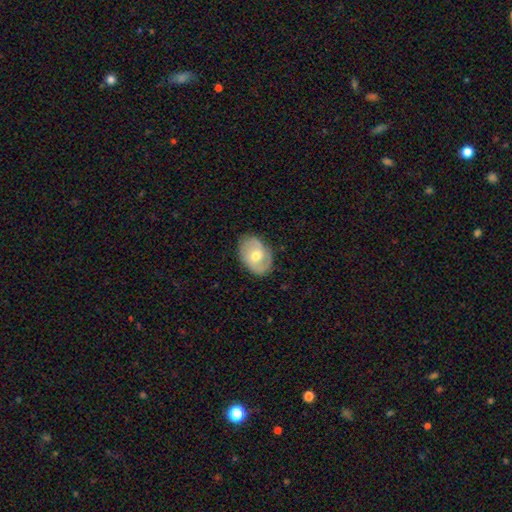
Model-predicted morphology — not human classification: A featured or disk galaxy (56%) with no bar (53%), spiral arms (68%) and a moderate central bulge (72%).

Vote fractions:
- Smooth or featured? featured or disk: 56% / smooth: 38% / star or artifact: 6%
- Edge-on disk? no: 94% / yes: 6%
- Bar? no: 53% / weak: 36% / strong: 10%
- Spiral arms? yes: 68% / no: 32%
- Bulge size? moderate: 72% / small: 22% / large: 5% / none: 1% / dominant: 1%
- Merging? none: 79% / minor disturbance: 16% / major disturbance: 4% / merger: 1%